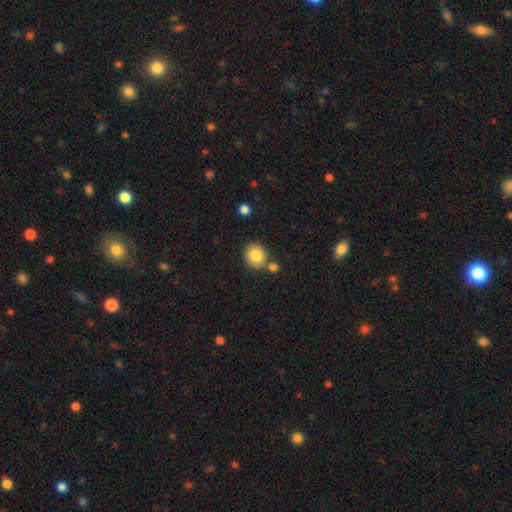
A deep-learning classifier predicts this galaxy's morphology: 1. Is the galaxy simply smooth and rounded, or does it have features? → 84% smooth, 9% star or artifact, 7% featured or disk.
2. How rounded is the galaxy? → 86% round, 14% in between, 1% cigar-shaped.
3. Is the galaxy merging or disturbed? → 69% none, 18% merger, 10% minor disturbance, 3% major disturbance.